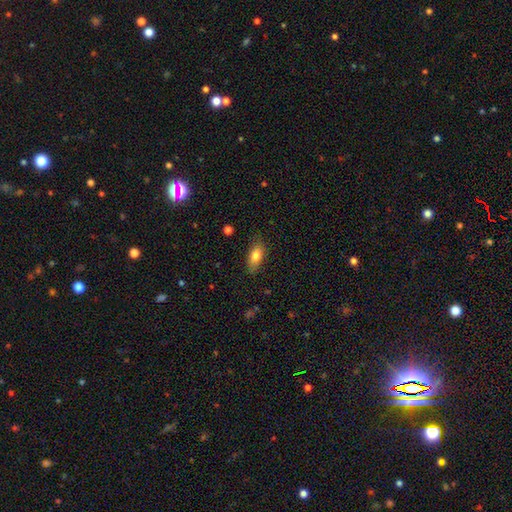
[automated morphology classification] Smooth or featured? Predicted: smooth (p=0.79). How rounded? Predicted: in between (p=0.83). Merging? Predicted: none (p=0.80).